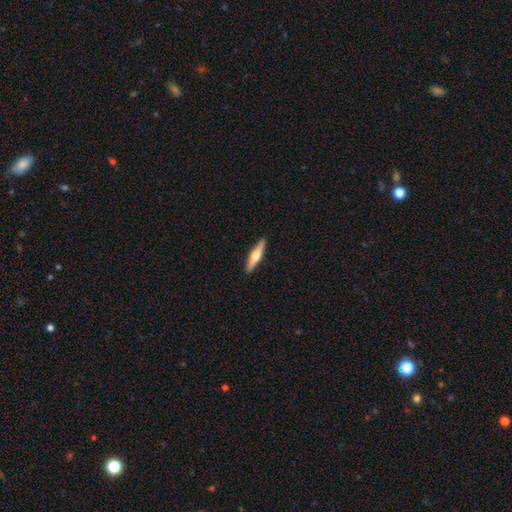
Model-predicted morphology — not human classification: smooth 48%, featured or disk 47%, star or artifact 5%. Down the decision tree: merging — none (91%).